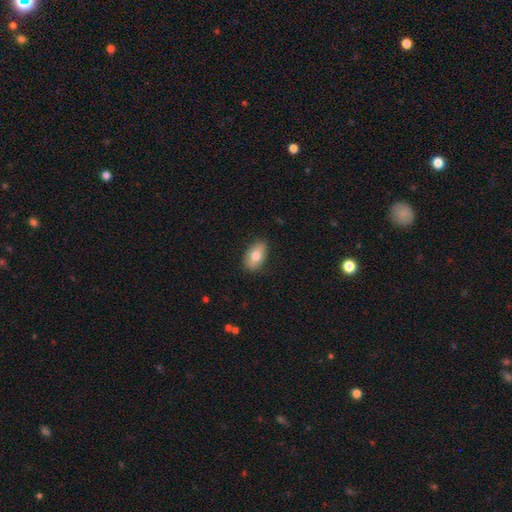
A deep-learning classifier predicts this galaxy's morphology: smooth_or_featured: smooth (p=0.74) [alt: featured or disk p=0.19]
how_rounded: in between (p=0.90) [alt: round p=0.08]
merging: none (p=0.84) [alt: minor disturbance p=0.13]